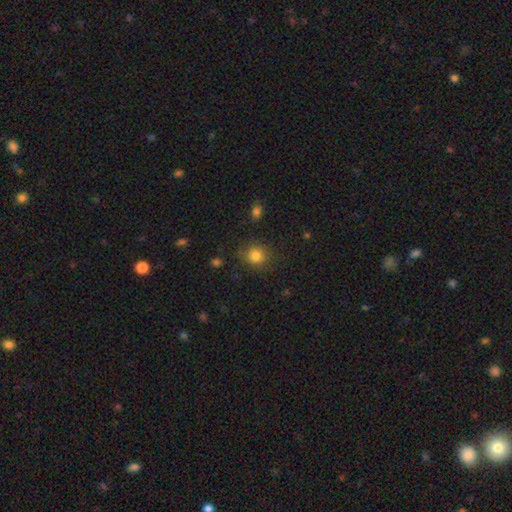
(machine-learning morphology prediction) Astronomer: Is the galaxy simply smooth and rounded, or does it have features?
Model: smooth — 82%.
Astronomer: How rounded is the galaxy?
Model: round — 87%.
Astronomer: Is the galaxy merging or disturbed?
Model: none — 83%.